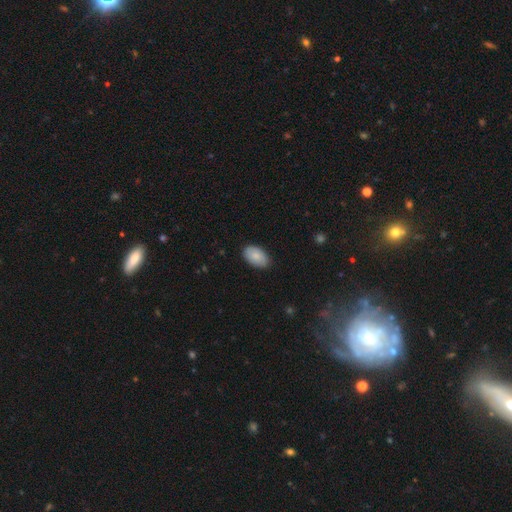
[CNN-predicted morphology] This appears to be a smooth galaxy with no disk features (86%) that is in between round and cigar-shaped (94%). Merging: none (85%).